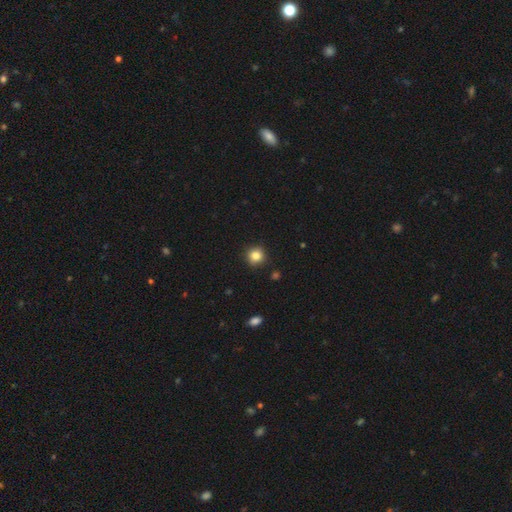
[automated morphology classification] A smooth galaxy with no disk features (84%) that is round (92%). Merging: none (90%).